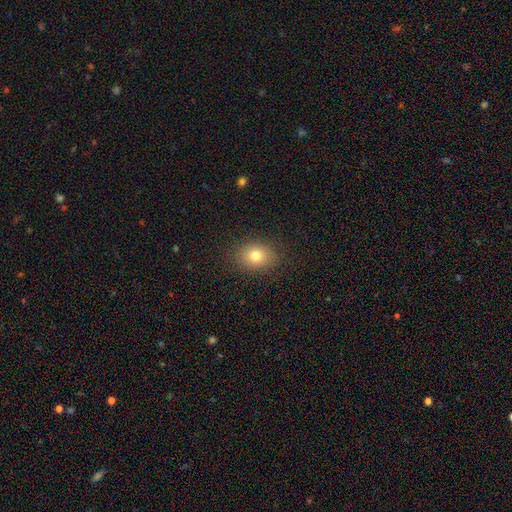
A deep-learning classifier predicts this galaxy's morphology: This appears to be a smooth galaxy with no disk features (78%) that is in between round and cigar-shaped (58%). Merging: none (88%).